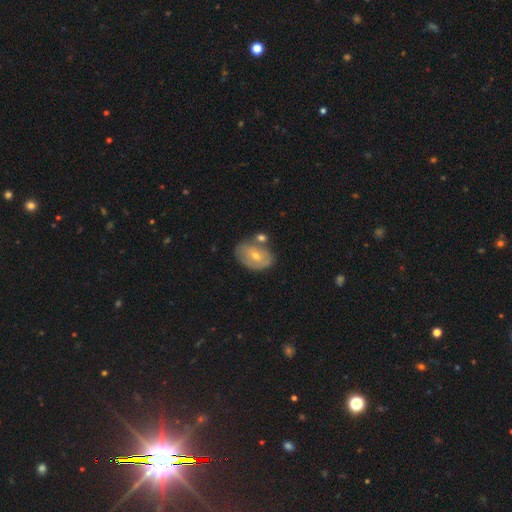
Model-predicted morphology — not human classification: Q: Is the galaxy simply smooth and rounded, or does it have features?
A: featured or disk — 49%.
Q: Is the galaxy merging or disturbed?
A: none — 60%.